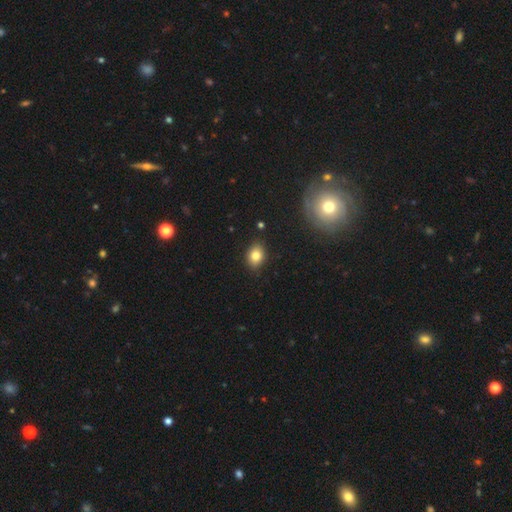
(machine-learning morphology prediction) Q: Smooth or featured?
A: smooth (82%); runner-up: star or artifact (10%)
Q: How rounded?
A: in between (65%); runner-up: round (34%)
Q: Merging?
A: none (85%); runner-up: minor disturbance (12%)